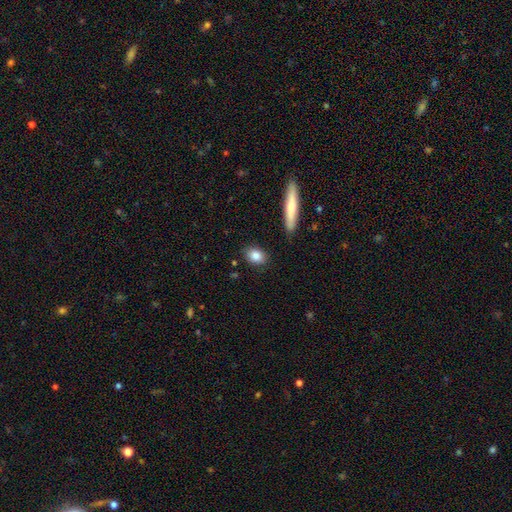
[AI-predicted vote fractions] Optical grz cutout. It shows a smooth galaxy with no disk features (83%) that is in between round and cigar-shaped (64%). Merging: none (85%).